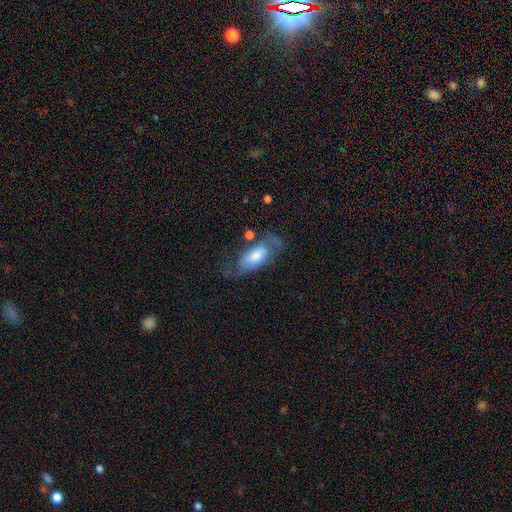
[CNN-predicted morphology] type=smooth (49%); merging=none (45%).